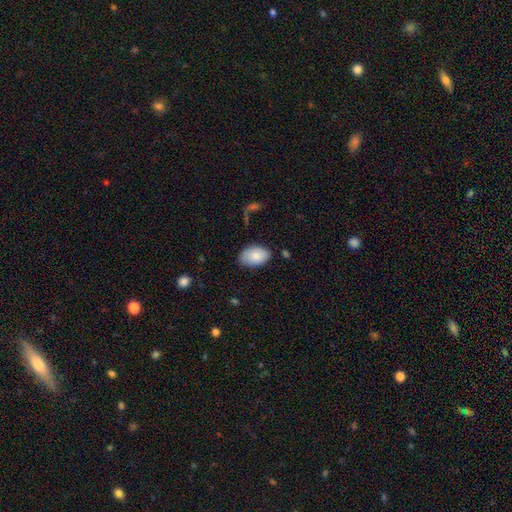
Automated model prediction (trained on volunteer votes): This is clearly a smooth galaxy (84%). How rounded: clearly in between (92%). Merging: likely none (77%).